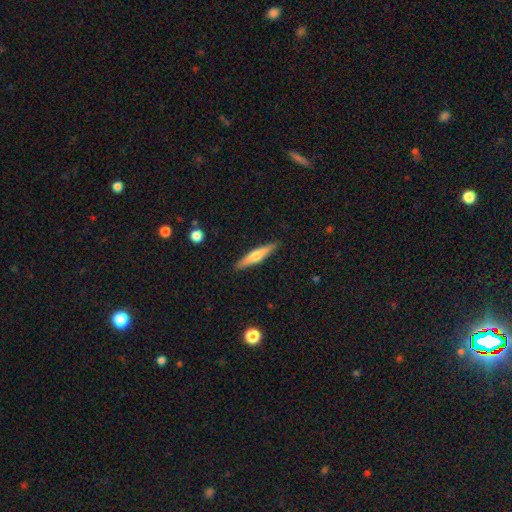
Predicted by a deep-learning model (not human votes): smooth 50%, featured or disk 44%, star or artifact 6%. Down the decision tree: merging — none (90%).